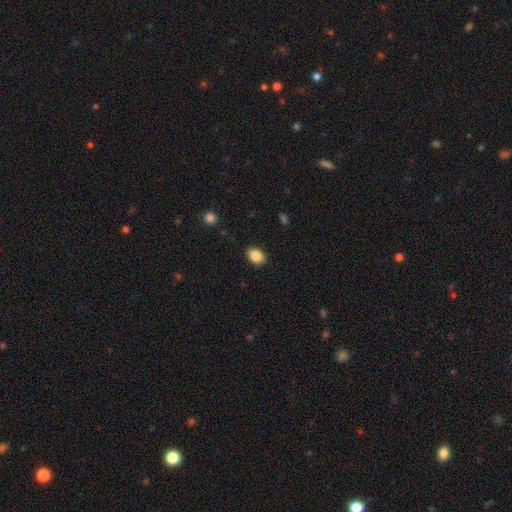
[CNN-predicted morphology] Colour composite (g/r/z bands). It shows a smooth galaxy with no disk features (88%) that is in between round and cigar-shaped (83%). Merging: none (88%).